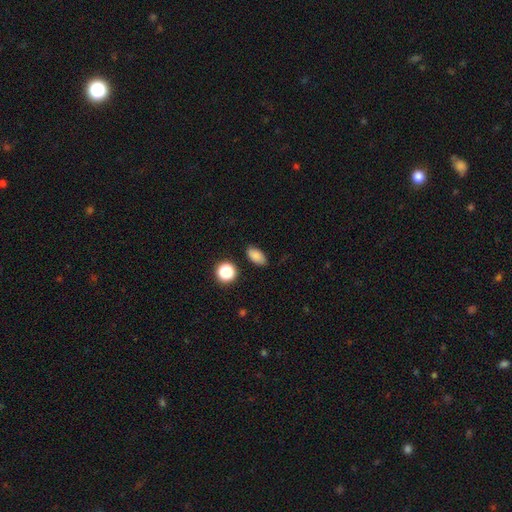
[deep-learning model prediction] The model was most divided on "merging": none: 83%, minor disturbance: 13%, major disturbance: 3%, merger: 2%. More confident: how rounded — in between (88%); smooth or featured — smooth (83%).